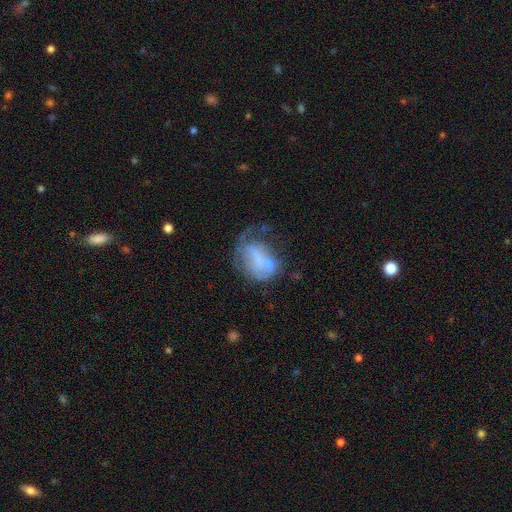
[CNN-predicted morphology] smooth_or_featured: featured or disk (p=0.47) [alt: smooth p=0.43]
merging: major disturbance (p=0.42) [alt: none p=0.23]